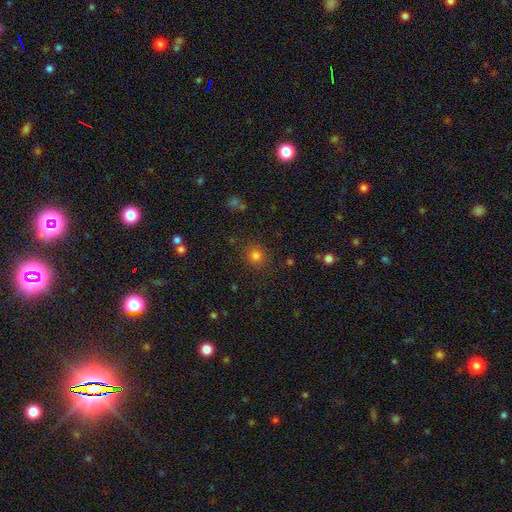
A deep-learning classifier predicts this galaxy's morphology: smooth_or_featured: smooth (p=0.77) [alt: star or artifact p=0.17]
how_rounded: round (p=0.90) [alt: in between p=0.09]
merging: none (p=0.86) [alt: minor disturbance p=0.09]